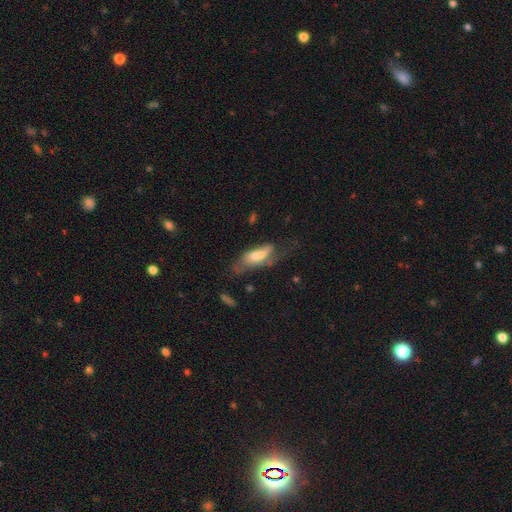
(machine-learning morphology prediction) Overall: smooth (50%; featured or disk 42%). Merging: none (37%; major disturbance 31%).